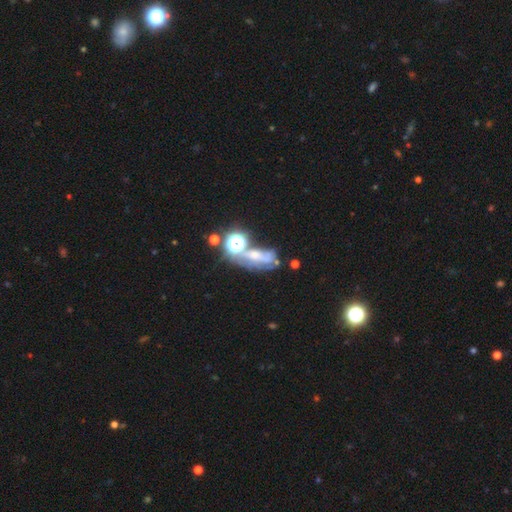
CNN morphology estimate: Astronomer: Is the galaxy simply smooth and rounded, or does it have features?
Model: featured or disk — 41% (runner-up: star or artifact, 34%).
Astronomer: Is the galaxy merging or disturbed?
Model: none — 30% (runner-up: merger, 28%).